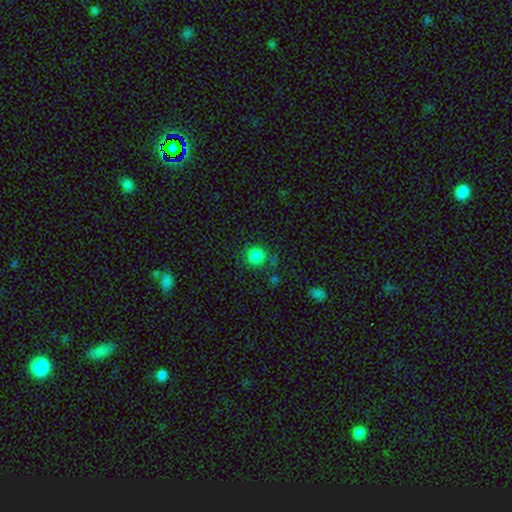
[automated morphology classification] This is clearly a smooth galaxy (85%). How rounded: clearly round (94%). Merging: clearly none (81%).